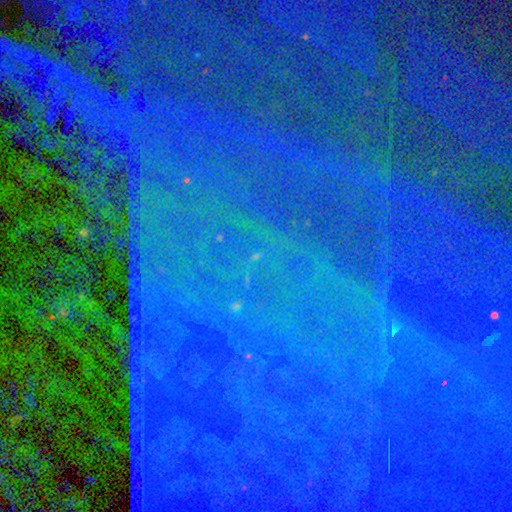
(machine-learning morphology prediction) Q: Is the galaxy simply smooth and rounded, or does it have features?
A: star or artifact — 84%.